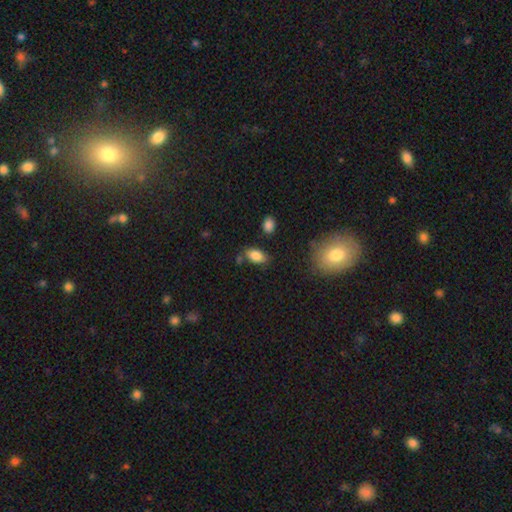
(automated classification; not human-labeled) Overall: smooth (85%). How rounded: in between (92%). Merging: none (73%).